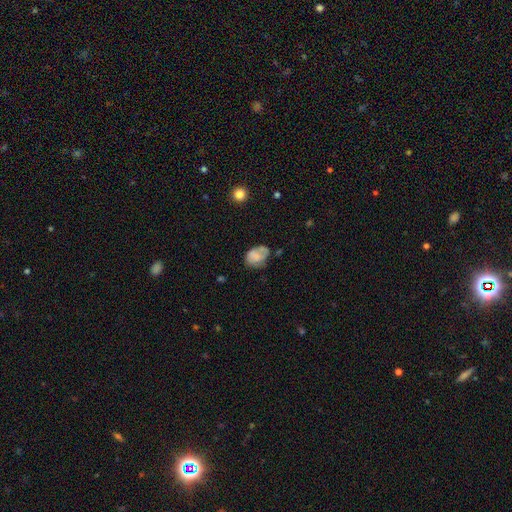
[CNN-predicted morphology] smooth 64%, featured or disk 27%, star or artifact 10%. Down the decision tree: how rounded — in between (73%); merging — none (47%).